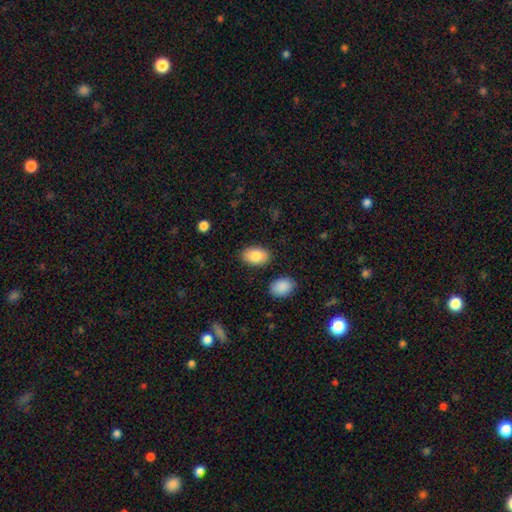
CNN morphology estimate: Smooth or featured: smooth — 84% (featured or disk — 9%)
How rounded: in between — 90% (round — 8%)
Merging: none — 86% (minor disturbance — 9%)